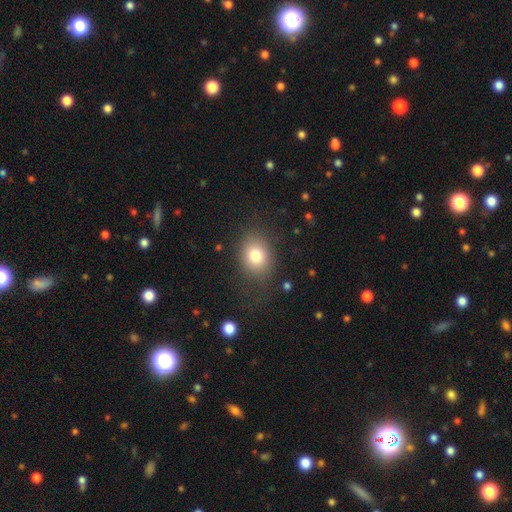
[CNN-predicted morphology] type=smooth (78%); roundness=in between (51%); merging=none (77%).